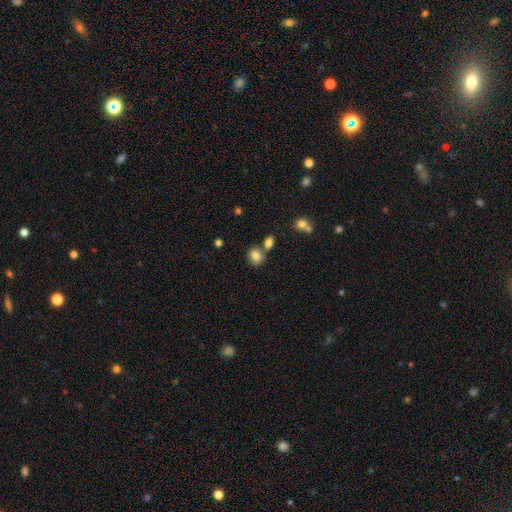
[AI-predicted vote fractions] A smooth galaxy with no disk features (81%) that is round (52%). Merging: none (60%).